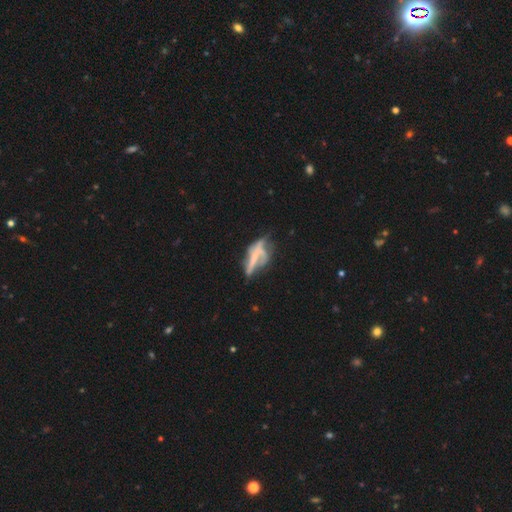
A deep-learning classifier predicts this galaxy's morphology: Overall: featured or disk (57%; smooth 31%). Edge-on disk: no (60%; yes 40%). Merging: major disturbance (32%; none 28%).